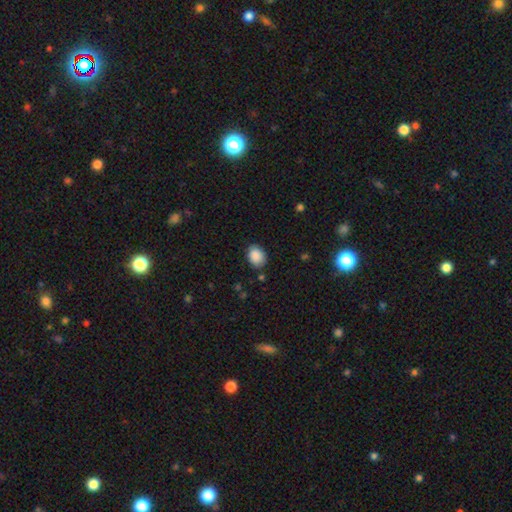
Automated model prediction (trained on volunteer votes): Q: Smooth or featured?
A: smooth (88%); runner-up: star or artifact (8%)
Q: How rounded?
A: in between (56%); runner-up: round (43%)
Q: Merging?
A: none (82%); runner-up: minor disturbance (14%)